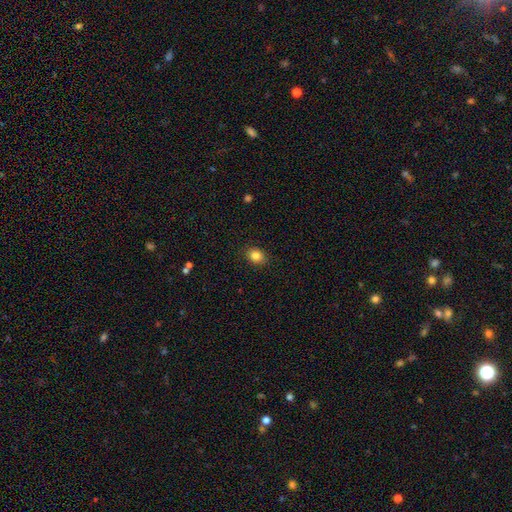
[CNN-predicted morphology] type=smooth (84%); roundness=in between (53%); merging=none (88%).